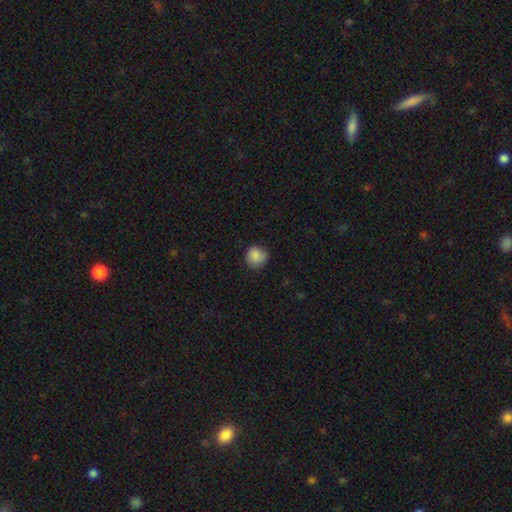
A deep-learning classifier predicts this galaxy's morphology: Smooth or featured?
  - smooth: 87% *
  - star or artifact: 9%
  - featured or disk: 4%
How rounded?
  - round: 93% *
  - in between: 6%
  - cigar-shaped: 1%
Merging?
  - none: 87% *
  - minor disturbance: 10%
  - major disturbance: 2%
  - merger: 1%